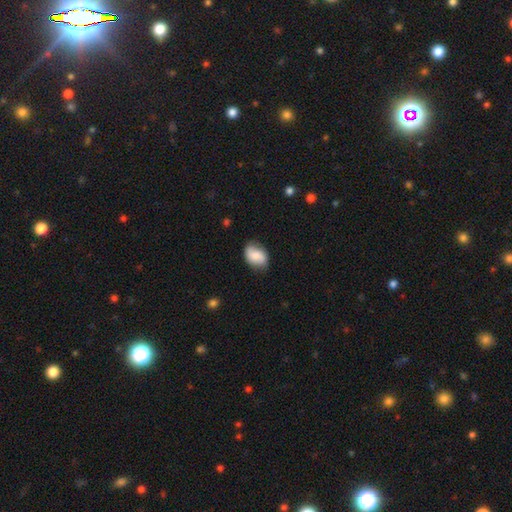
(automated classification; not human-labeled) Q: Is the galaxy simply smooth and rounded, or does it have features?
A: smooth — 75%.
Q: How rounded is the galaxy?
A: in between — 81%.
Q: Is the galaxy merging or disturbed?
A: none — 70%.